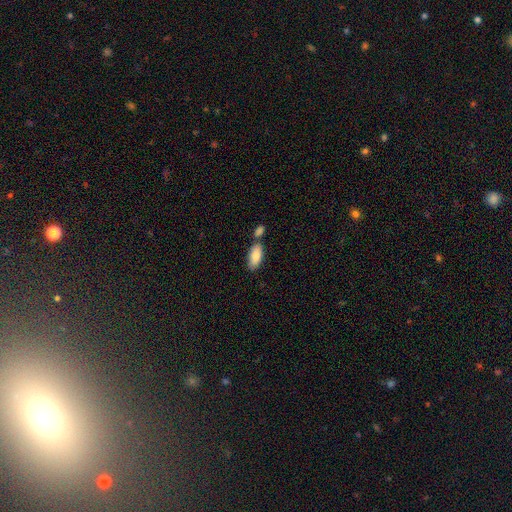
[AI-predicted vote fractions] A smooth galaxy with no disk features (85%) that is in between round and cigar-shaped (90%). Merging: none (60%).